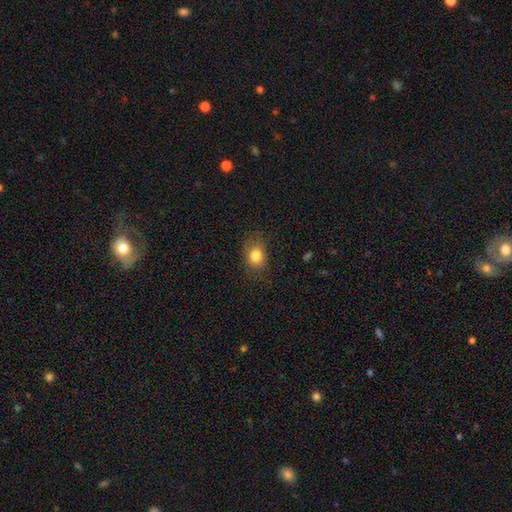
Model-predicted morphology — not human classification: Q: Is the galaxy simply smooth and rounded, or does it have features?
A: smooth — 82%.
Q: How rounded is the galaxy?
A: in between — 58%.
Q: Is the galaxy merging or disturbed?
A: none — 76%.